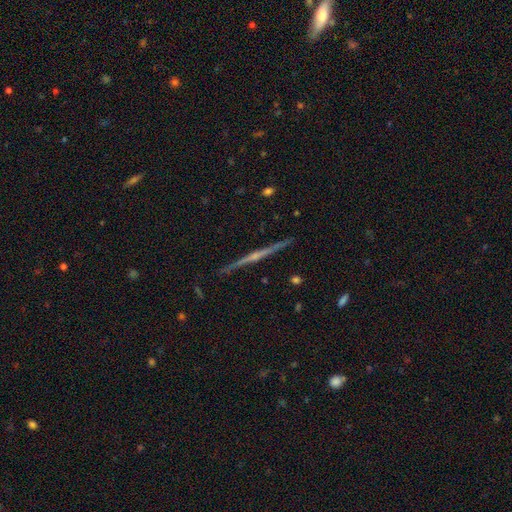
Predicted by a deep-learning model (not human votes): Overall: featured or disk (82%). Edge-on disk: yes (99%). Edge-on bulge: rounded (61%; none 30%). Merging: none (92%).